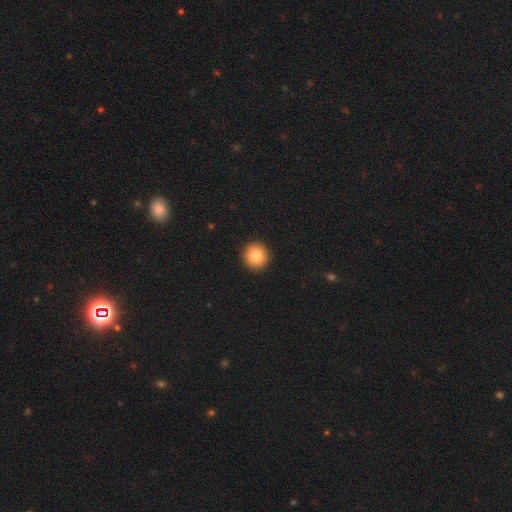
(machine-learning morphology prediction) smooth-or-featured: smooth: 82% | star or artifact: 9% | featured or disk: 8%
  how-rounded: round: 95% | in between: 4% | cigar-shaped: 1%
  merging: none: 94% | minor disturbance: 4% | major disturbance: 1% | merger: 1%